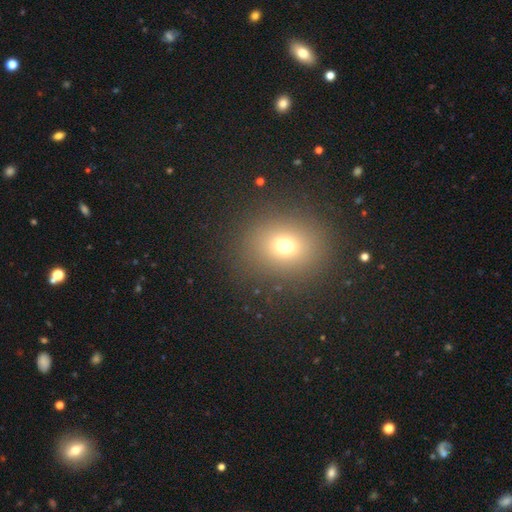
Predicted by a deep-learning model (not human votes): Smooth or featured? smooth (67%)
How rounded? round (71%)
Merging? none (89%)